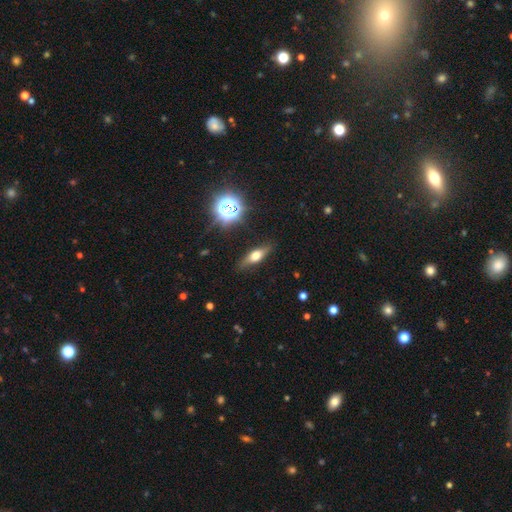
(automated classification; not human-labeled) The model was most divided on "smooth or featured": smooth: 45%, featured or disk: 42%, star or artifact: 13%. More confident: merging — none (84%).